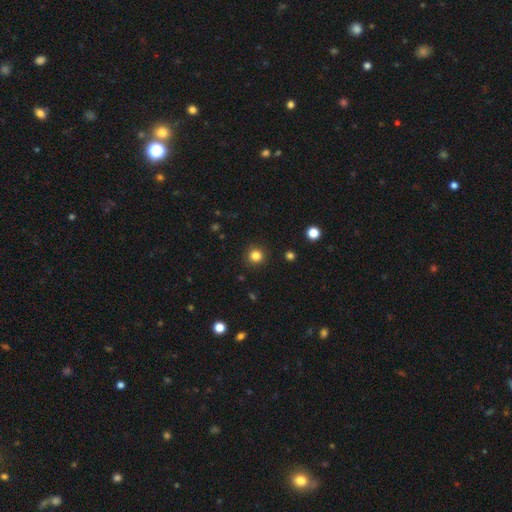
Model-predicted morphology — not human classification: smooth-or-featured: smooth: 83% | star or artifact: 13% | featured or disk: 4%
  how-rounded: round: 94% | in between: 5% | cigar-shaped: 1%
  merging: none: 91% | minor disturbance: 6% | major disturbance: 2% | merger: 1%